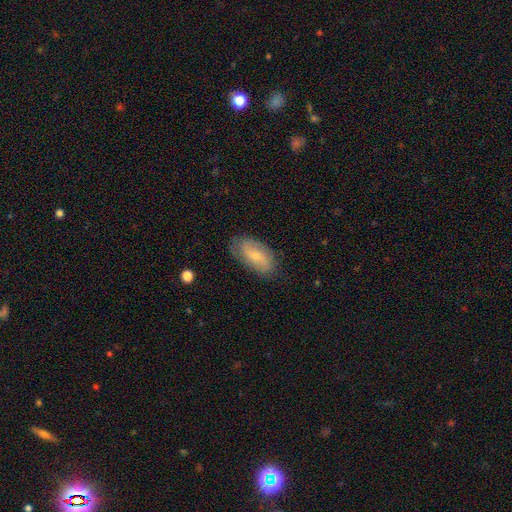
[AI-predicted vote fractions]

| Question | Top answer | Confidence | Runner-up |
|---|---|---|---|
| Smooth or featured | featured or disk | 49% | smooth (44%) |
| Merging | none | 77% | minor disturbance (17%) |